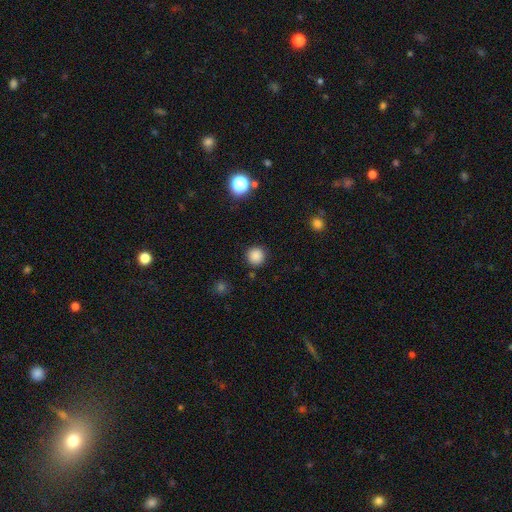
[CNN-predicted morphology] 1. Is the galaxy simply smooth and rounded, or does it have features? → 85% smooth, 11% star or artifact, 3% featured or disk.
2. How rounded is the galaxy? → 95% round, 4% in between, 1% cigar-shaped.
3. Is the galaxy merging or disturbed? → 89% none, 6% minor disturbance, 2% major disturbance, 2% merger.